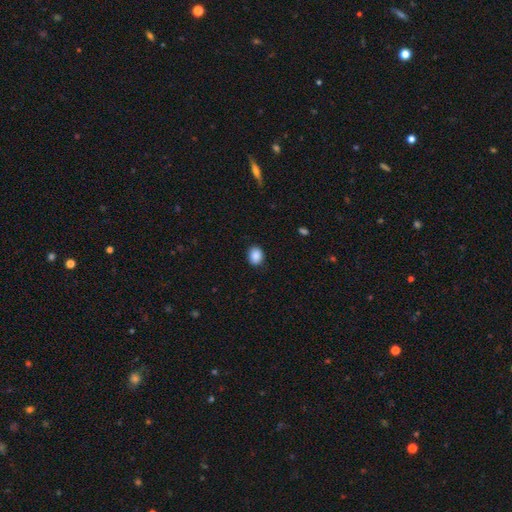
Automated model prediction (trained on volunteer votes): A smooth galaxy with no disk features (89%) that is round (50%).

Vote fractions:
- Smooth or featured? smooth: 89% / star or artifact: 8% / featured or disk: 3%
- How rounded? round: 50% / in between: 49% / cigar-shaped: 1%
- Merging? none: 88% / minor disturbance: 8% / major disturbance: 2% / merger: 1%